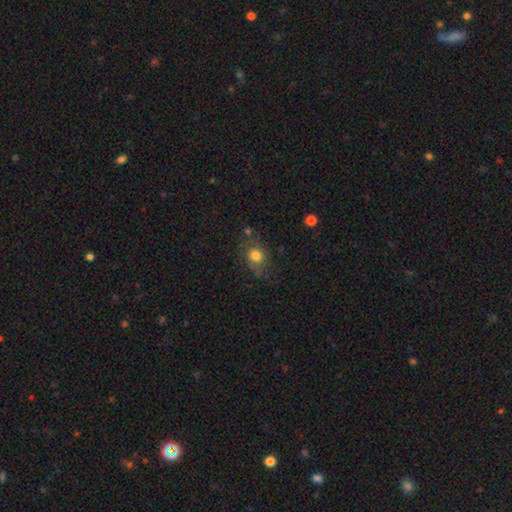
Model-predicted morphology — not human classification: Q: Smooth or featured?
A: smooth (72%); runner-up: featured or disk (17%)
Q: How rounded?
A: round (59%); runner-up: in between (39%)
Q: Merging?
A: none (63%); runner-up: minor disturbance (23%)